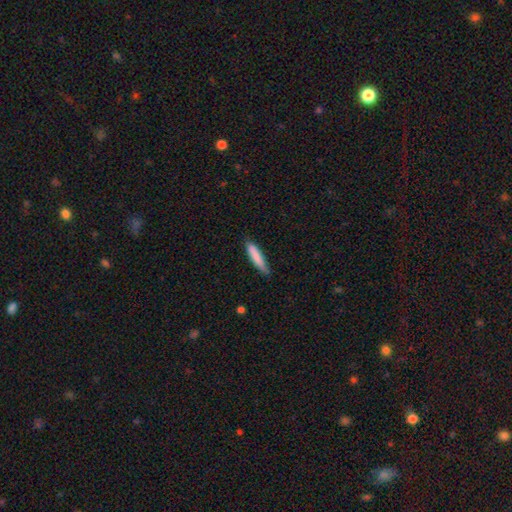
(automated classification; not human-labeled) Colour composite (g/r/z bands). It shows a smooth galaxy with no disk features (83%) that is cigar-shaped (84%). Merging: none (75%).